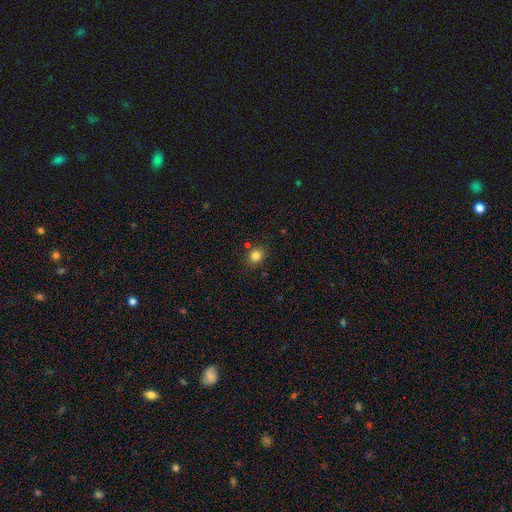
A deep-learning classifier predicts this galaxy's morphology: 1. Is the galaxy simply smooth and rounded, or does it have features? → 82% smooth, 12% star or artifact, 5% featured or disk.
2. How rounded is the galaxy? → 74% round, 25% in between, 1% cigar-shaped.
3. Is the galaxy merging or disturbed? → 81% none, 11% minor disturbance, 5% merger, 3% major disturbance.